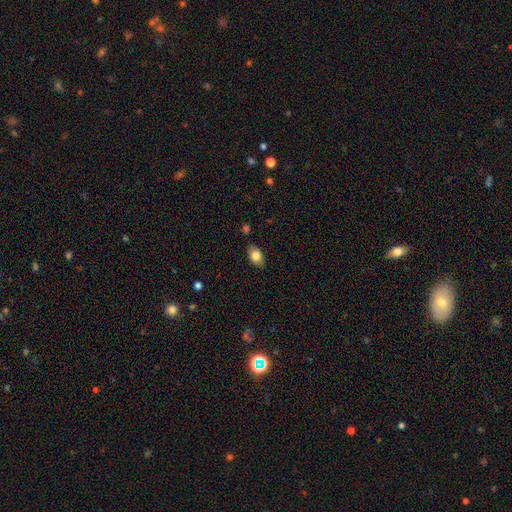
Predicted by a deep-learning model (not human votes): This is likely a smooth galaxy (79%). How rounded: clearly in between (89%). Merging: clearly none (83%).